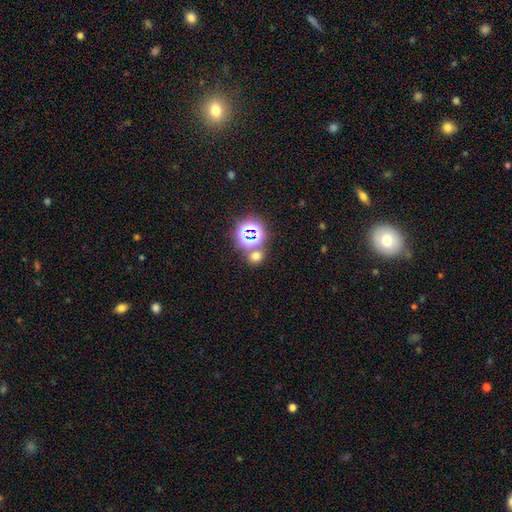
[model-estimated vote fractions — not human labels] smooth-or-featured: smooth: 56% | star or artifact: 37% | featured or disk: 7%
  how-rounded: round: 64% | in between: 35% | cigar-shaped: 1%
  merging: none: 68% | merger: 20% | minor disturbance: 9% | major disturbance: 4%